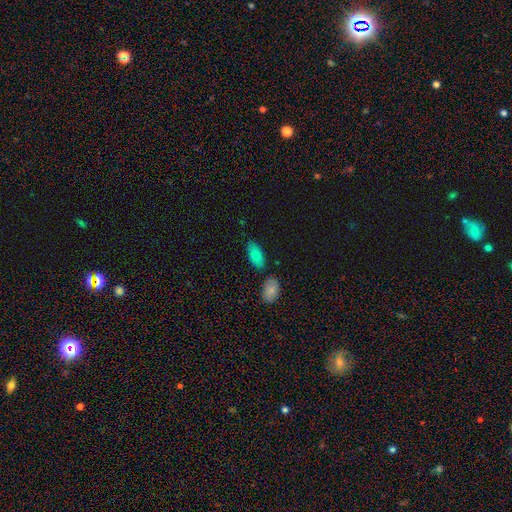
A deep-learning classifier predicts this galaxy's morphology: Overall: smooth (79%). How rounded: in between (92%). Merging: none (74%).